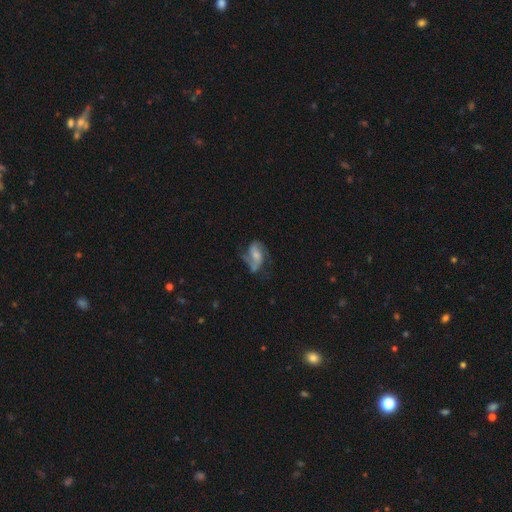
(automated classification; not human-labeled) The model was most divided on "spiral winding": medium: 44%, loose: 40%, tight: 16%. Remaining: edge-on disk — no (97%); spiral arms — yes (88%); spiral arm count — 2 (75%); smooth or featured — featured or disk (69%); merging — none (47%); bar — no (46%); bulge size — moderate (38%).